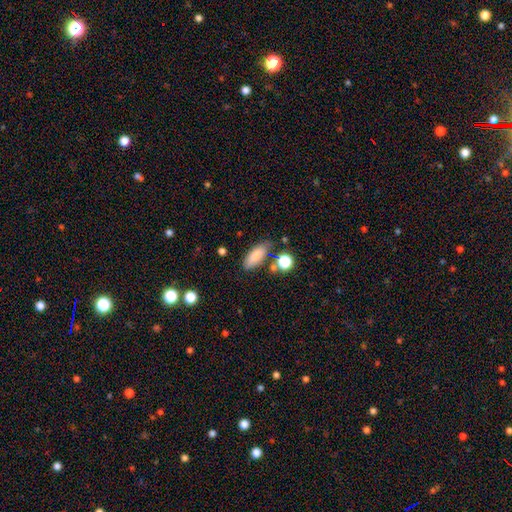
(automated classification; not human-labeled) A smooth galaxy with no disk features (81%) that is in between round and cigar-shaped (77%). Merging: none (68%).